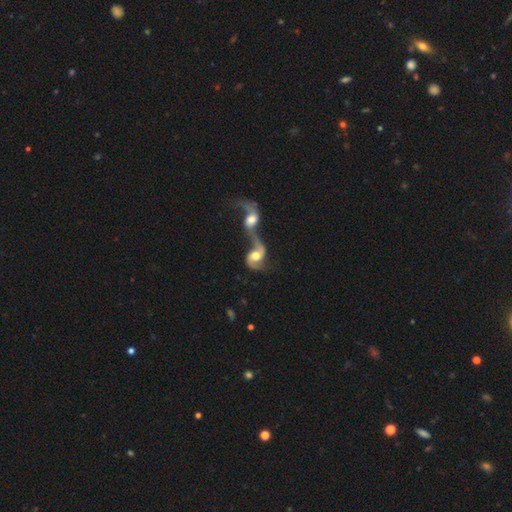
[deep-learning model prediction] This is likely a featured or disk galaxy (79%). It is clearly not viewed edge-on (97%). Bar: possibly no (50%). Spiral arm pattern: clearly yes (91%). Spiral arm count: clearly 2 (84%). Spiral winding: possibly loose (56%). Central bulge: likely moderate (63%). Merging: clearly merger (84%).